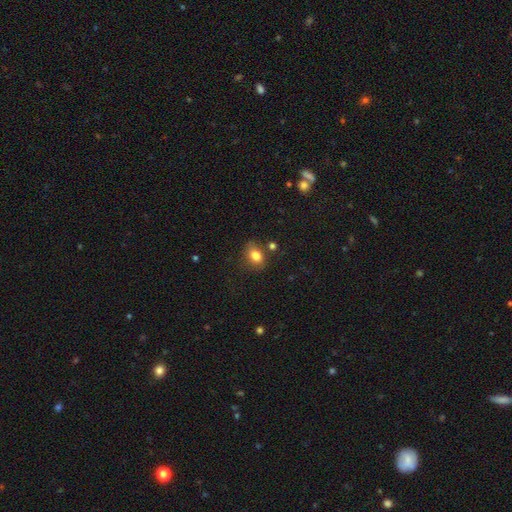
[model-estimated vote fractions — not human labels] smooth 81%, star or artifact 10%, featured or disk 9%. Down the decision tree: how rounded — in between (64%); merging — none (72%).